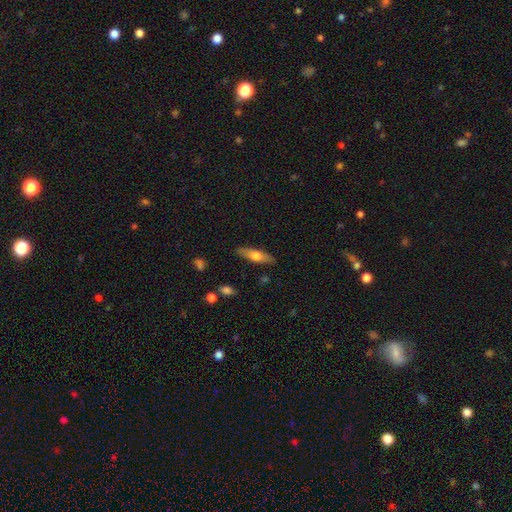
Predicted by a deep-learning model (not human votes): Morphology: type=smooth (58%); roundness=cigar-shaped (57%); merging=none (87%).